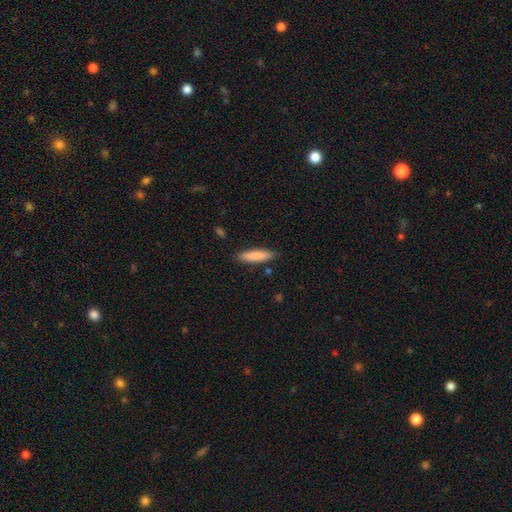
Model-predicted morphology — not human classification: smooth 85%, featured or disk 10%, star or artifact 6%. Down the decision tree: how rounded — cigar-shaped (76%); merging — none (86%).